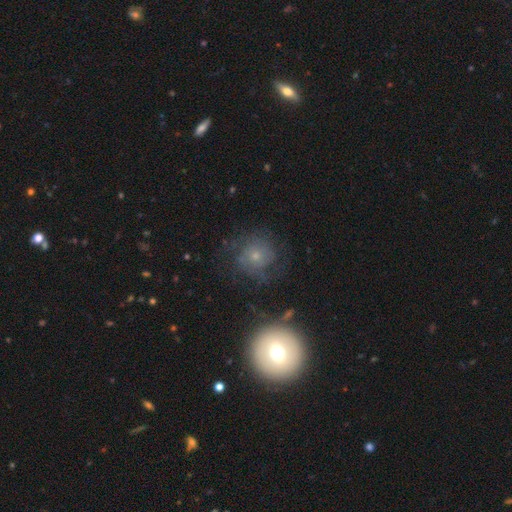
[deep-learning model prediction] Smooth or featured?
  - featured or disk: 44% *
  - smooth: 39%
  - star or artifact: 17%
Merging?
  - none: 64% *
  - minor disturbance: 18%
  - major disturbance: 14%
  - merger: 4%